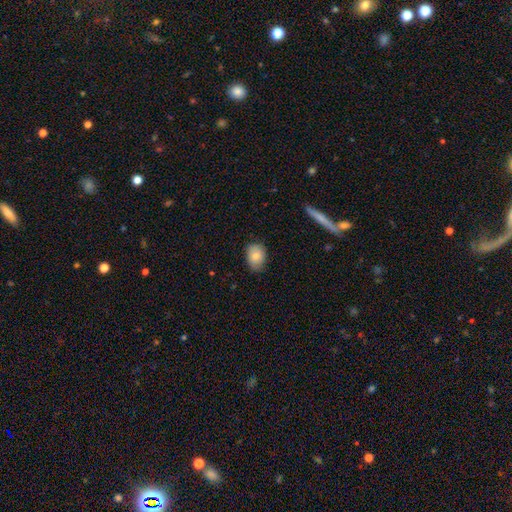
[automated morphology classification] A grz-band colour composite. It shows a smooth galaxy with no disk features (80%) that is in between round and cigar-shaped (74%). Merging: none (78%).